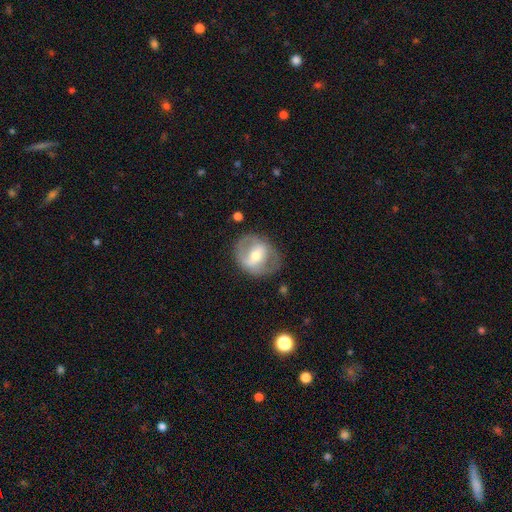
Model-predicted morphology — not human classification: This appears to be a featured or disk galaxy (64%) with a weak bar (38%), spiral arms (54%) and a moderate central bulge (65%). Merging: none (74%).